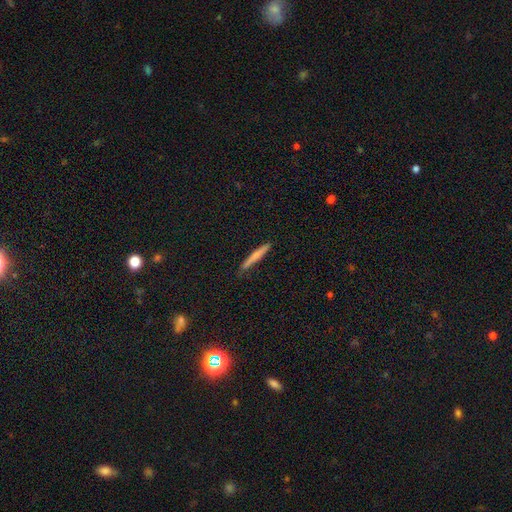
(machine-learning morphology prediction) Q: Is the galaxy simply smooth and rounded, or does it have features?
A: smooth — 66%.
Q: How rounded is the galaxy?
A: cigar-shaped — 95%.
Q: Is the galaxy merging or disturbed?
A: none — 84%.